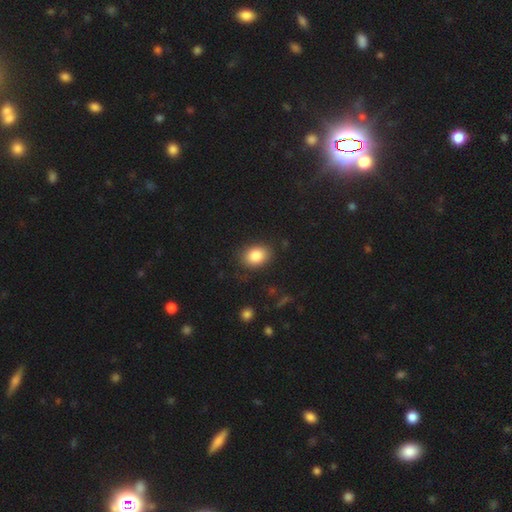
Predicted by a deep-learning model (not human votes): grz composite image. It shows a smooth galaxy with no disk features (85%) that is in between round and cigar-shaped (67%). Merging: none (82%).